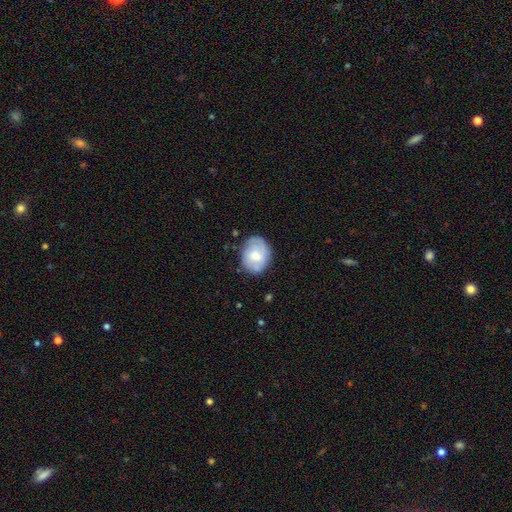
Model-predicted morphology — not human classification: Smooth or featured? smooth (55%)
How rounded? in between (56%)
Merging? none (70%)